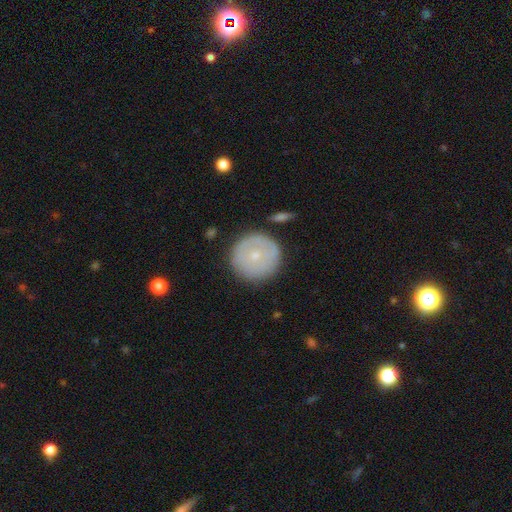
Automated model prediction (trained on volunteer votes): This is likely a smooth galaxy (61%). How rounded: clearly round (96%). Merging: clearly none (86%).